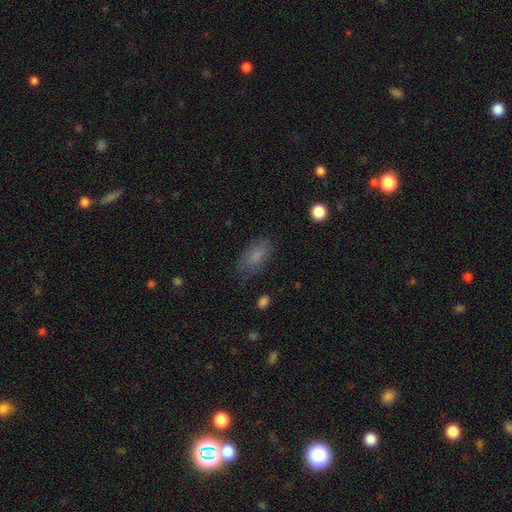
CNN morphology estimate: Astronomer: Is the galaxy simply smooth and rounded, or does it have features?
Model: smooth — 81%.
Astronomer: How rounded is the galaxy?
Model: in between — 89%.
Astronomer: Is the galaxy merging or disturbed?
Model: none — 74%.